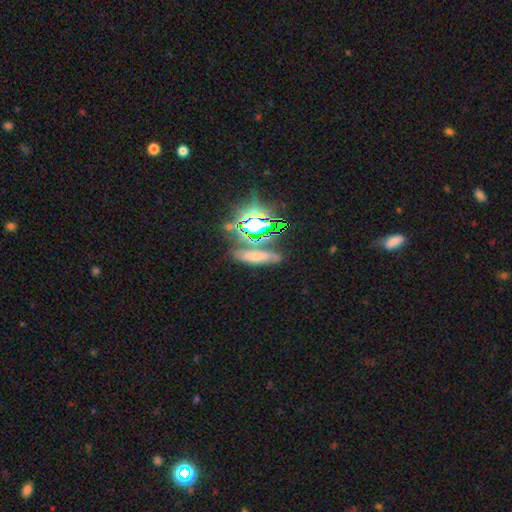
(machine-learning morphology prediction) This appears to be a smooth galaxy with no disk features (46%). Merging: none (66%).